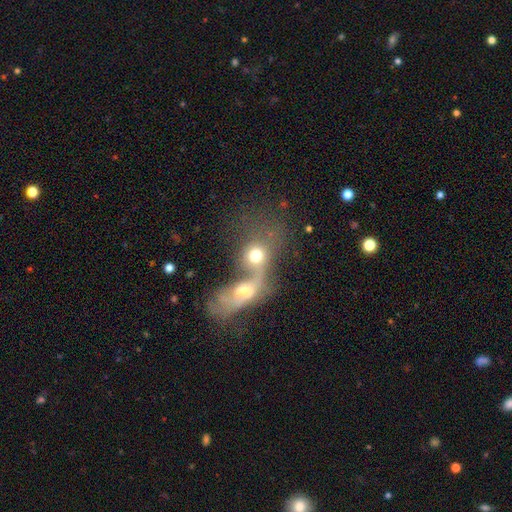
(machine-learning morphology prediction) Smooth or featured? smooth (60%)
How rounded? round (53%)
Merging? merger (77%)